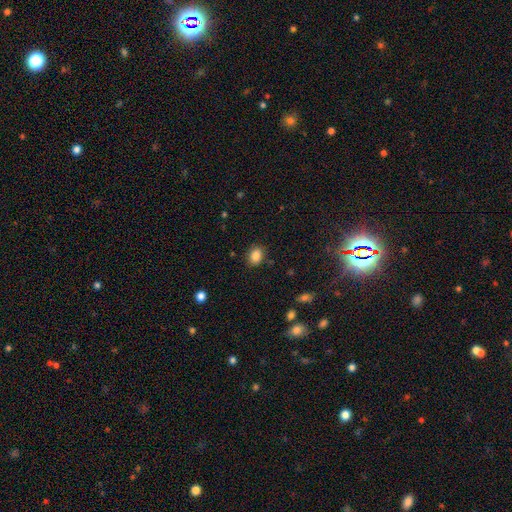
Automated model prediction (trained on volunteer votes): This is clearly a smooth galaxy (85%). How rounded: likely in between (61%). Merging: clearly none (86%).